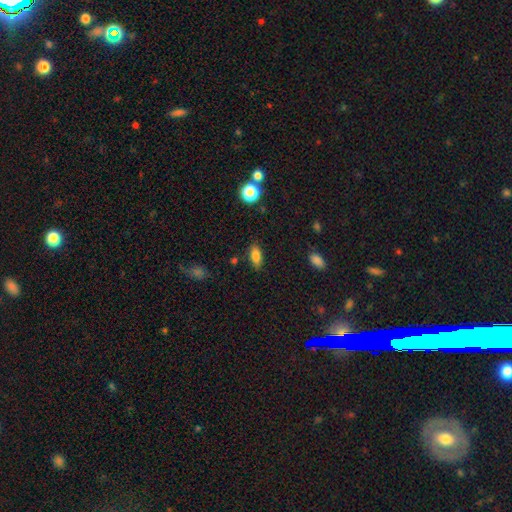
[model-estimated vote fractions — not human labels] A smooth galaxy with no disk features (83%) that is in between round and cigar-shaped (85%). Merging: none (83%).